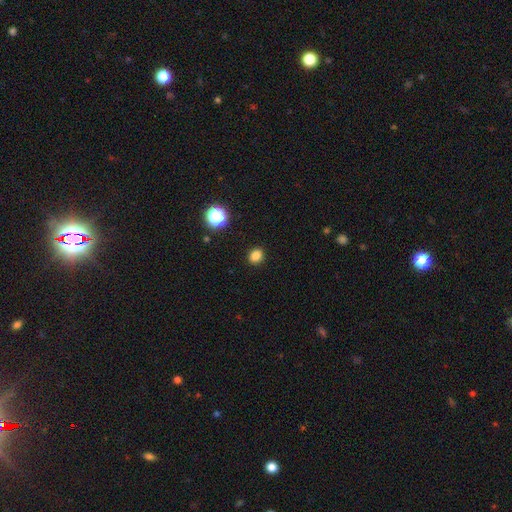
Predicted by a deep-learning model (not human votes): Q: Smooth or featured?
A: smooth (83%); runner-up: star or artifact (13%)
Q: How rounded?
A: round (67%); runner-up: in between (32%)
Q: Merging?
A: none (91%); runner-up: minor disturbance (6%)